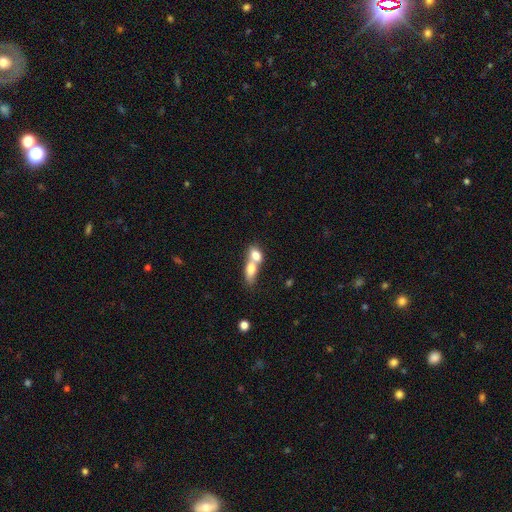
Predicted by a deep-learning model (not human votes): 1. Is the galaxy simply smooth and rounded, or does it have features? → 72% smooth, 20% featured or disk, 7% star or artifact.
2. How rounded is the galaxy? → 71% in between, 21% round, 8% cigar-shaped.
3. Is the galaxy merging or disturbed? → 76% merger, 15% none, 5% minor disturbance, 3% major disturbance.